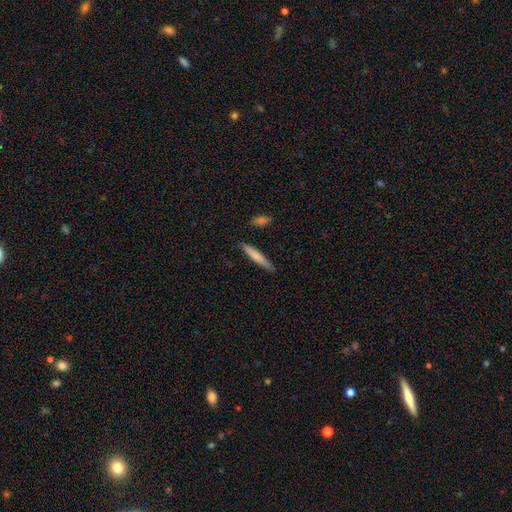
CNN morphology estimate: Q: Smooth or featured?
A: smooth (73%); runner-up: featured or disk (21%)
Q: How rounded?
A: cigar-shaped (92%); runner-up: in between (7%)
Q: Merging?
A: none (84%); runner-up: minor disturbance (12%)